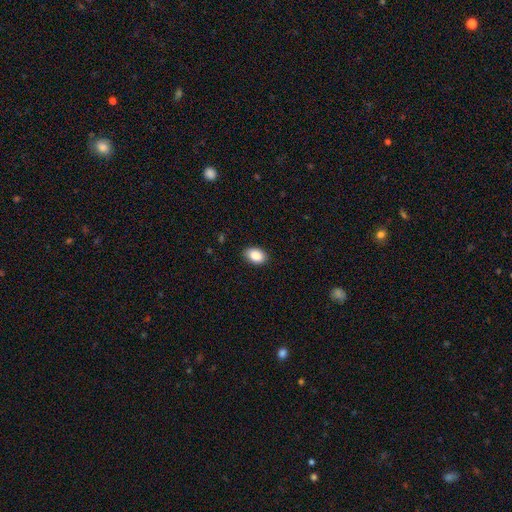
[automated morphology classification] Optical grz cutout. It shows a smooth galaxy with no disk features (88%) that is in between round and cigar-shaped (87%). Merging: none (88%).